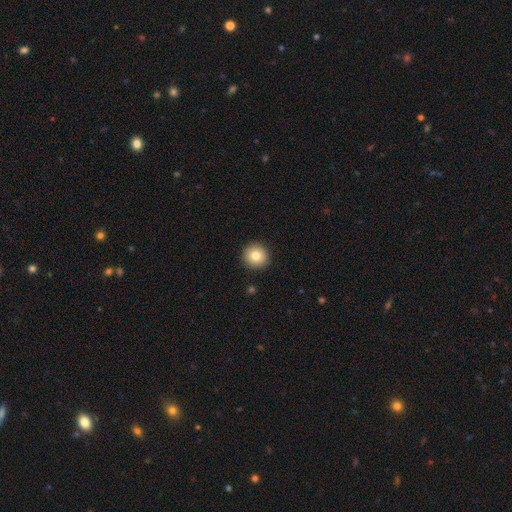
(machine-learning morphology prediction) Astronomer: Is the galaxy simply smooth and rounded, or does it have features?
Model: smooth — 80%.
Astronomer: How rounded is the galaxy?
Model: round — 95%.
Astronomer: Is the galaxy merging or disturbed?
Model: none — 93%.